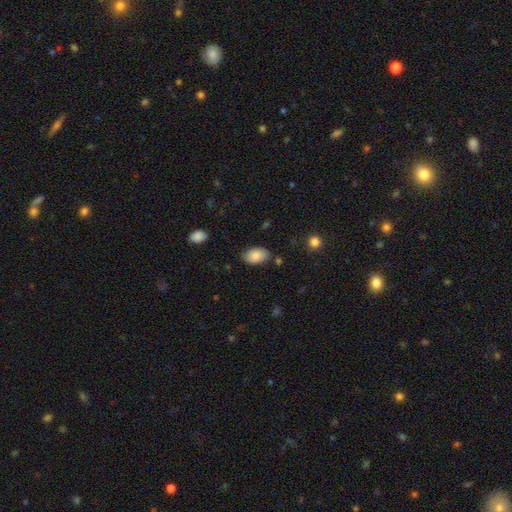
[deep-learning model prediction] smooth 86%, featured or disk 8%, star or artifact 7%. Down the decision tree: how rounded — in between (93%); merging — none (80%).